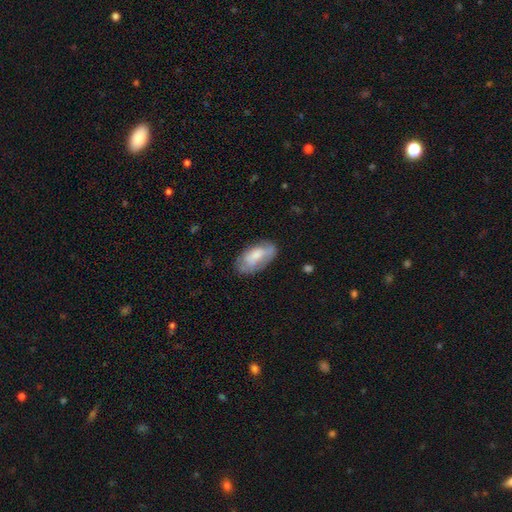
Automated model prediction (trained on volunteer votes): smooth 63%, featured or disk 31%, star or artifact 7%. Down the decision tree: how rounded — in between (92%); merging — none (62%).